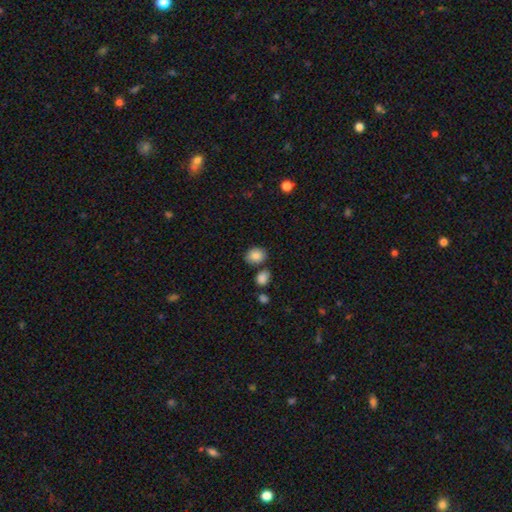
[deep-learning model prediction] smooth_or_featured: smooth (p=0.85) [alt: star or artifact p=0.09]
how_rounded: in between (p=0.54) [alt: round p=0.45]
merging: none (p=0.73) [alt: minor disturbance p=0.12]